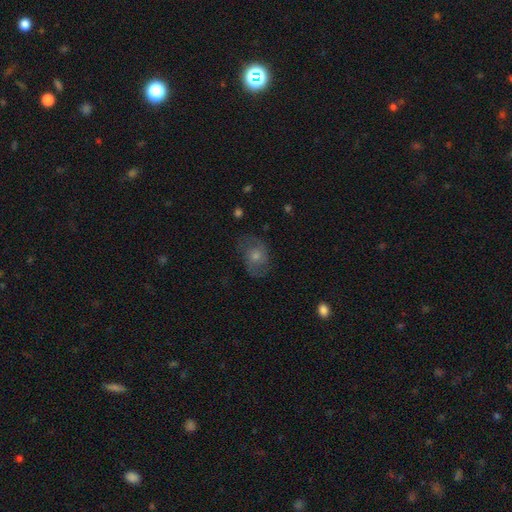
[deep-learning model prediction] featured or disk 52%, smooth 33%, star or artifact 15%. Down the decision tree: edge-on disk — no (95%); merging — none (72%).